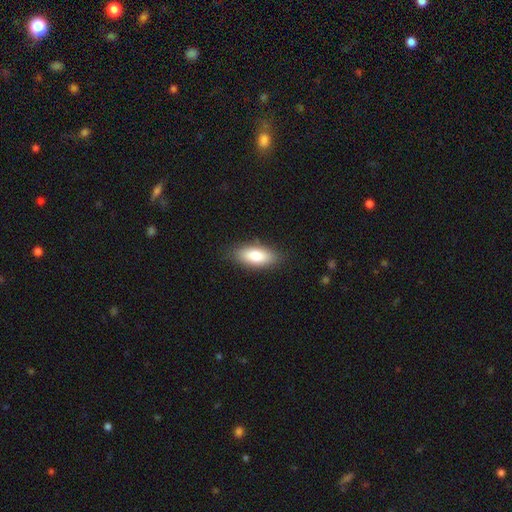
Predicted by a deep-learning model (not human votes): Overall: smooth (81%). How rounded: in between (83%). Merging: none (85%).